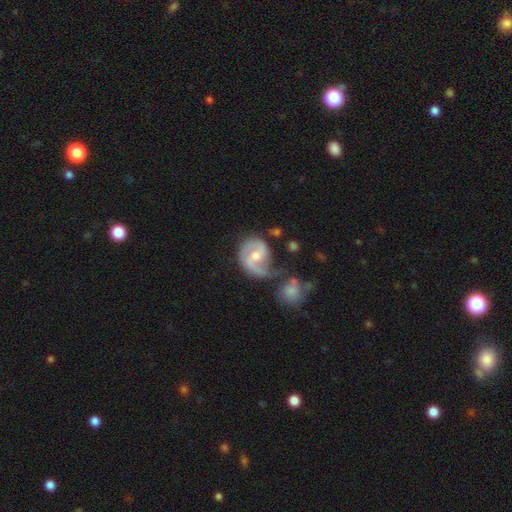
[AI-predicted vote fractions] Smooth or featured? Predicted: featured or disk (p=0.83). Edge-on disk? Predicted: no (p=0.98). Bar? Predicted: weak (p=0.47). Spiral arms? Predicted: yes (p=0.94). Spiral winding? Predicted: medium (p=0.51). Spiral arm count? Predicted: 2 (p=0.74). Bulge size? Predicted: moderate (p=0.62). Merging? Predicted: none (p=0.49).